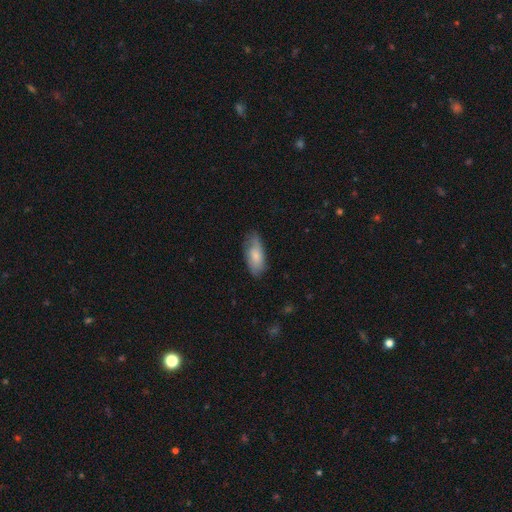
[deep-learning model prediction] Overall: smooth (75%). How rounded: in between (85%). Merging: none (69%).